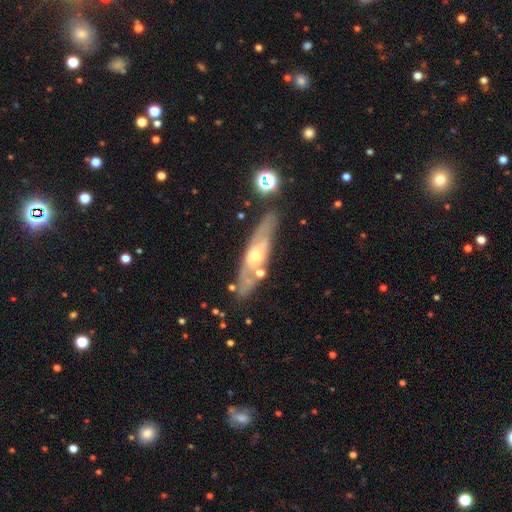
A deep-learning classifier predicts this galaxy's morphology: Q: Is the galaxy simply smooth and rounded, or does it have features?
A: featured or disk — 62%.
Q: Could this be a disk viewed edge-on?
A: yes — 59%.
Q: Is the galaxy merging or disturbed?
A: none — 74%.